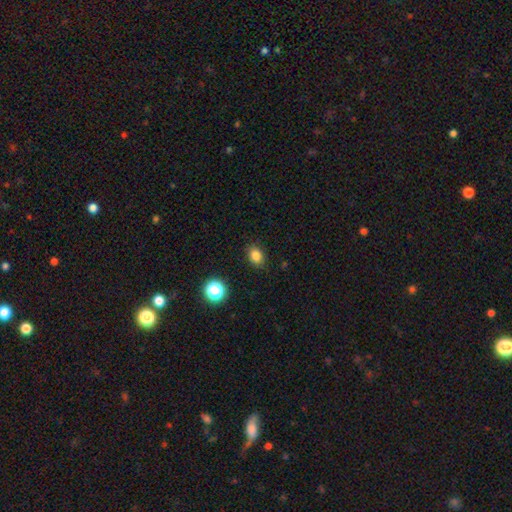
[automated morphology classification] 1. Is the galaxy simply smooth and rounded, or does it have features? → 83% smooth, 12% star or artifact, 5% featured or disk.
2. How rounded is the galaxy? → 68% in between, 31% round, 1% cigar-shaped.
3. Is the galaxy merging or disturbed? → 88% none, 9% minor disturbance, 2% major disturbance, 1% merger.